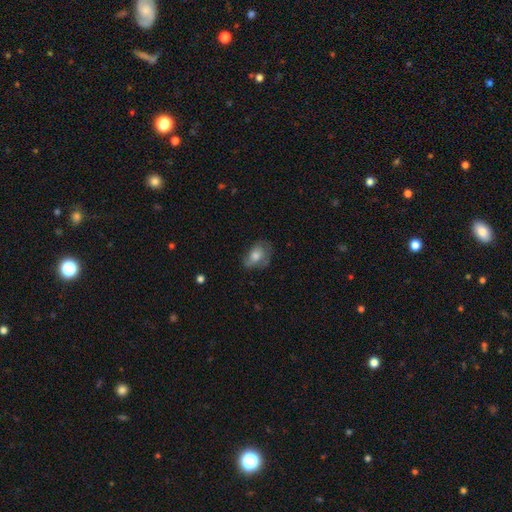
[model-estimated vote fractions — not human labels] Q: Smooth or featured?
A: smooth (56%); runner-up: featured or disk (35%)
Q: How rounded?
A: in between (79%); runner-up: round (19%)
Q: Merging?
A: none (51%); runner-up: minor disturbance (29%)